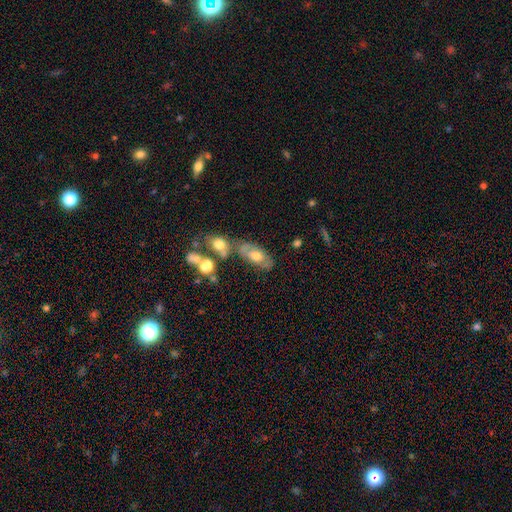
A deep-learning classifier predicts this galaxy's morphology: type=smooth (50%); merging=none (49%).